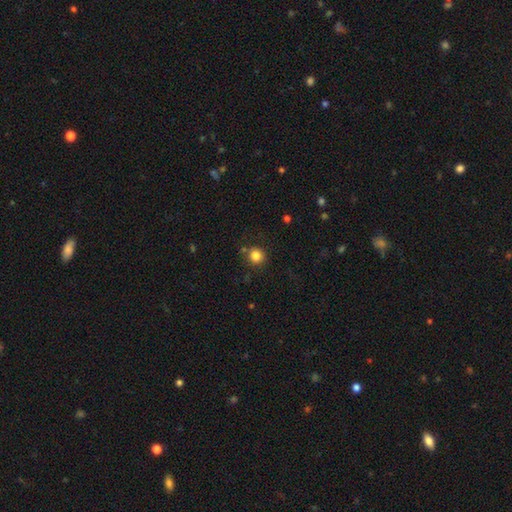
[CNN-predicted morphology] The model was most divided on "smooth or featured": smooth: 83%, star or artifact: 12%, featured or disk: 5%. More confident: how rounded — round (91%); merging — none (83%).